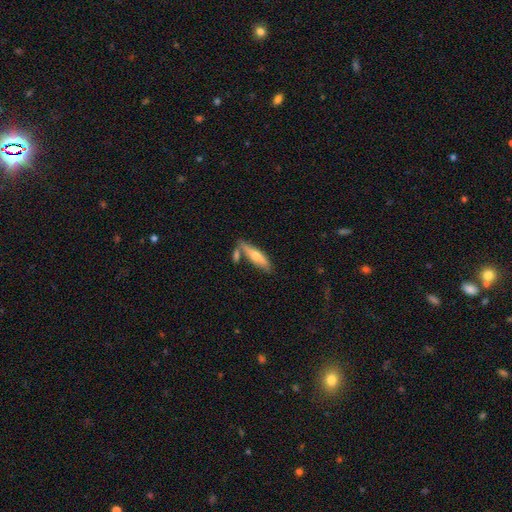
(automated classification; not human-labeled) Q: Smooth or featured?
A: smooth (52%); runner-up: featured or disk (42%)
Q: How rounded?
A: cigar-shaped (67%); runner-up: in between (31%)
Q: Merging?
A: none (64%); runner-up: merger (17%)